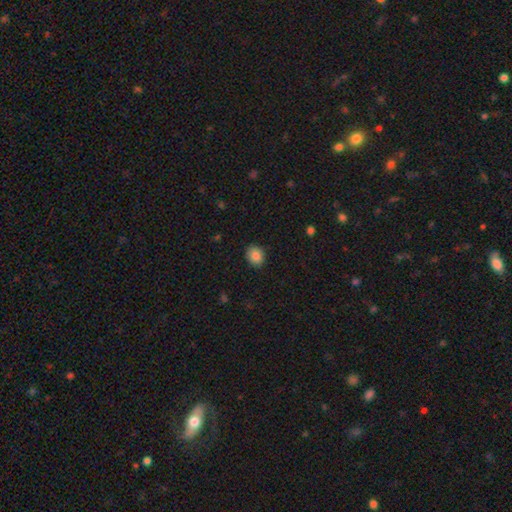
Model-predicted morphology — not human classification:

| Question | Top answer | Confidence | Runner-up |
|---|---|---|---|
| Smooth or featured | smooth | 86% | star or artifact (9%) |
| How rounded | round | 57% | in between (42%) |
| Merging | none | 89% | minor disturbance (8%) |